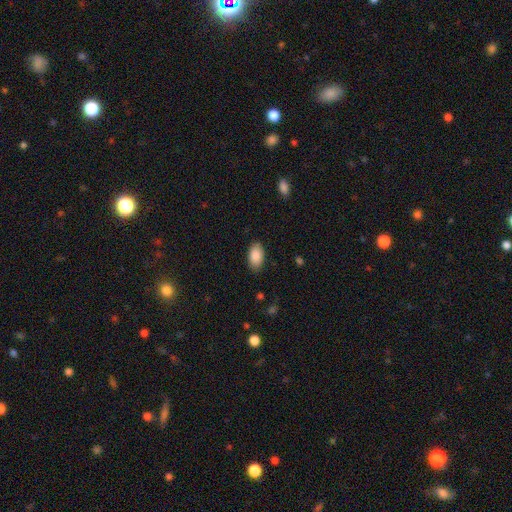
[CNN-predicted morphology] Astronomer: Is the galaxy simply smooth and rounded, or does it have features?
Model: smooth — 89%.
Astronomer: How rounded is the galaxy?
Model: in between — 95%.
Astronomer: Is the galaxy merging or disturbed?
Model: none — 86%.